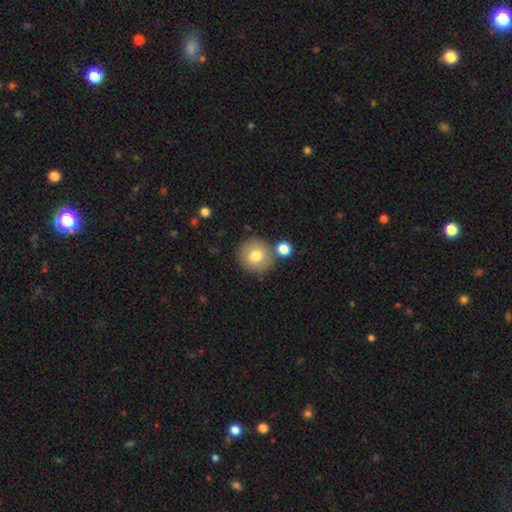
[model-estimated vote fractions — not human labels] Q: Smooth or featured?
A: smooth (78%); runner-up: featured or disk (14%)
Q: How rounded?
A: round (92%); runner-up: in between (7%)
Q: Merging?
A: none (74%); runner-up: merger (13%)